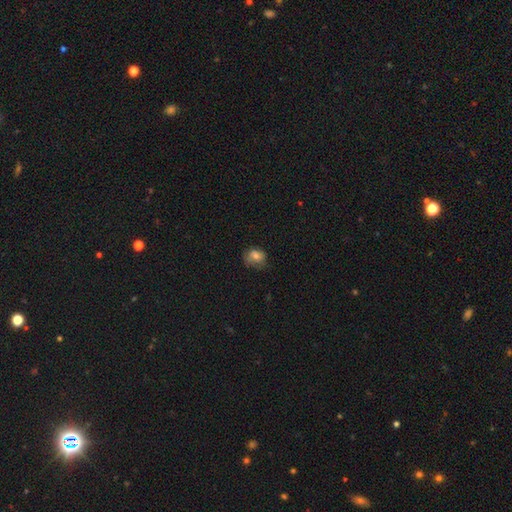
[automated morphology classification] Smooth or featured: smooth — 70% (featured or disk — 18%)
How rounded: round — 52% (in between — 47%)
Merging: none — 51% (minor disturbance — 32%)